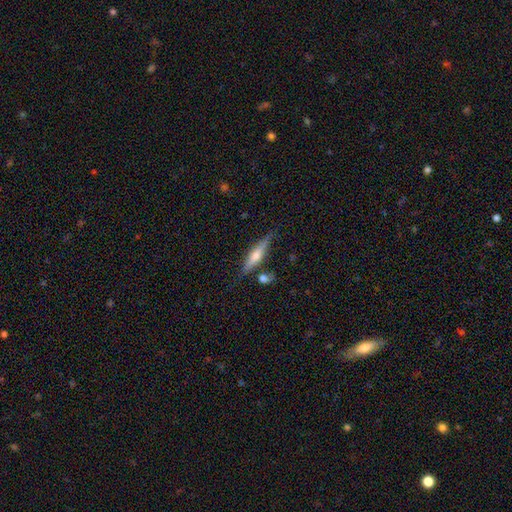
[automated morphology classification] A featured or disk galaxy (58%) viewed edge-on (95%) with a rounded central bulge (83%). Merging: none (78%).